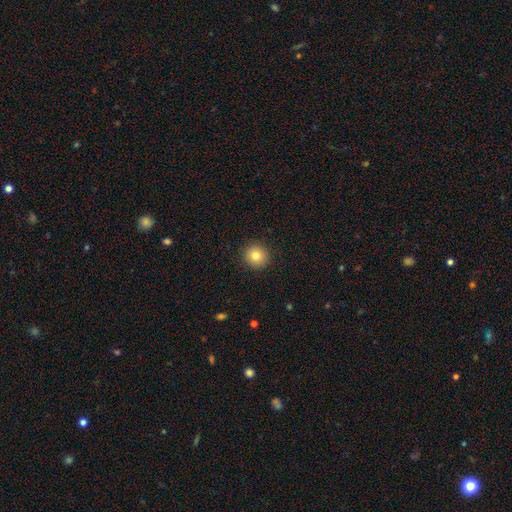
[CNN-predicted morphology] Q: Smooth or featured?
A: smooth (82%); runner-up: star or artifact (11%)
Q: How rounded?
A: round (94%); runner-up: in between (5%)
Q: Merging?
A: none (92%); runner-up: minor disturbance (5%)